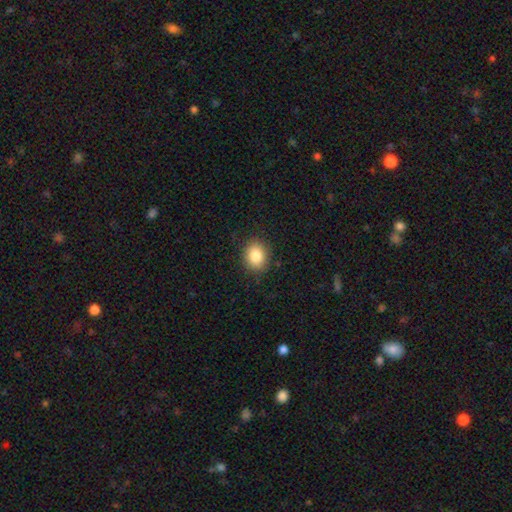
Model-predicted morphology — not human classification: This appears to be a smooth galaxy with no disk features (84%) that is round (51%). Merging: none (87%).